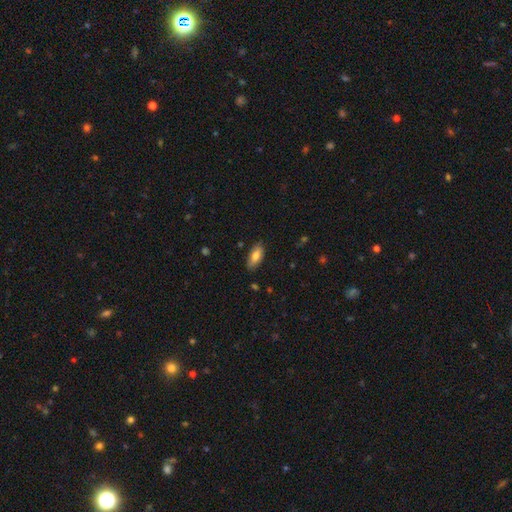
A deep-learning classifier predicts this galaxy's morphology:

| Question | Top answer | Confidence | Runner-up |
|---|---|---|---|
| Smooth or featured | smooth | 75% | featured or disk (18%) |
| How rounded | in between | 83% | cigar-shaped (15%) |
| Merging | none | 83% | minor disturbance (13%) |